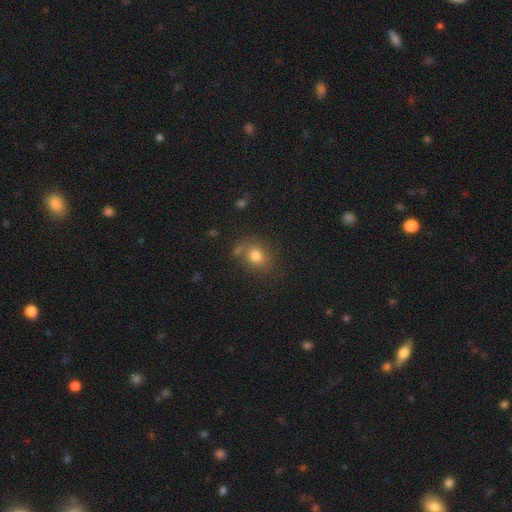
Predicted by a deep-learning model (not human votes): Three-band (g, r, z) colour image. It shows a smooth galaxy with no disk features (78%) that is round (57%). Merging: none (67%).